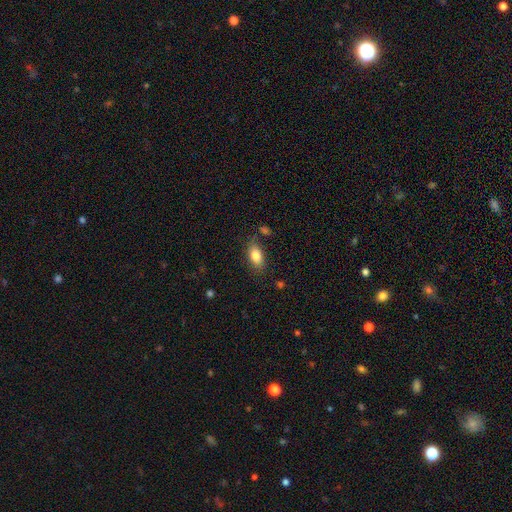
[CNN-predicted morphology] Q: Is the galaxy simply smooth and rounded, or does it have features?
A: smooth — 83%.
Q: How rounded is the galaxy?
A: in between — 89%.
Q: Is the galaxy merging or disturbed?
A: none — 77%.